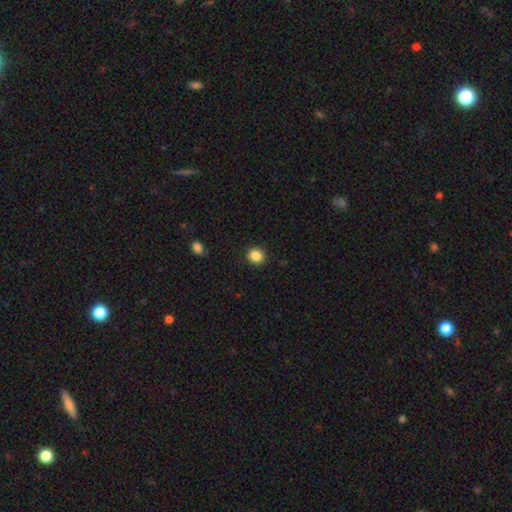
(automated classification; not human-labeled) Morphology: type=smooth (87%); roundness=round (78%); merging=none (90%).